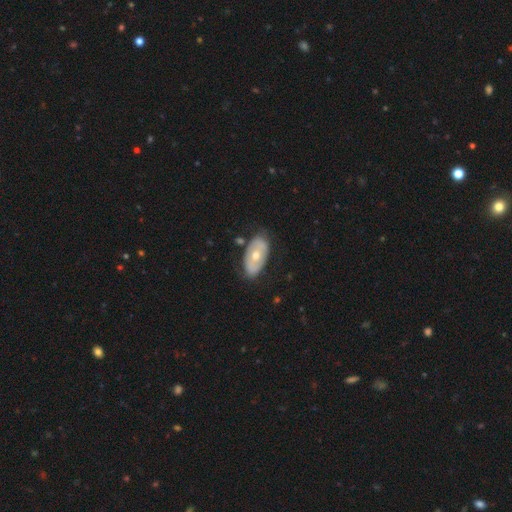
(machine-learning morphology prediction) smooth_or_featured: smooth (p=0.47) [tied with: featured or disk p=0.47]
merging: none (p=0.78) [alt: minor disturbance p=0.16]